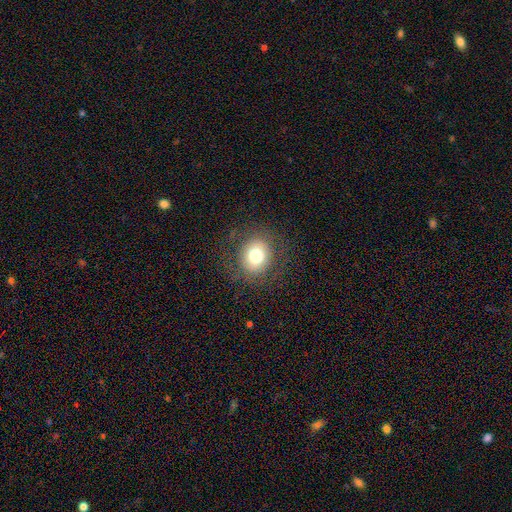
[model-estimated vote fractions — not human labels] Smooth or featured? Predicted: smooth (p=0.74). How rounded? Predicted: round (p=0.78). Merging? Predicted: none (p=0.82).